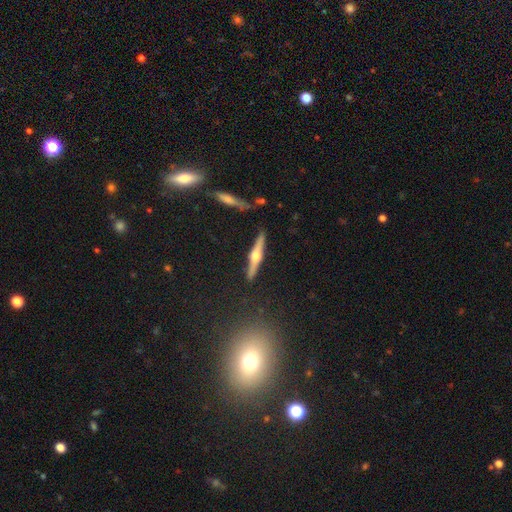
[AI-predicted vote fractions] A featured or disk galaxy (72%) viewed edge-on (97%) with a rounded central bulge (94%).

Vote fractions:
- Smooth or featured? featured or disk: 72% / smooth: 22% / star or artifact: 6%
- Edge-on disk? yes: 97% / no: 3%
- Edge-on bulge? rounded: 94% / boxy: 3% / none: 2%
- Merging? none: 88% / minor disturbance: 8% / merger: 2% / major disturbance: 2%